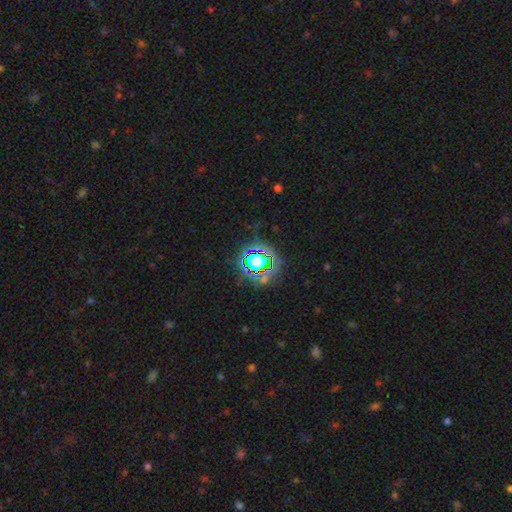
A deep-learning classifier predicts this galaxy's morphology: smooth-or-featured: star or artifact: 62% | smooth: 25% | featured or disk: 13%